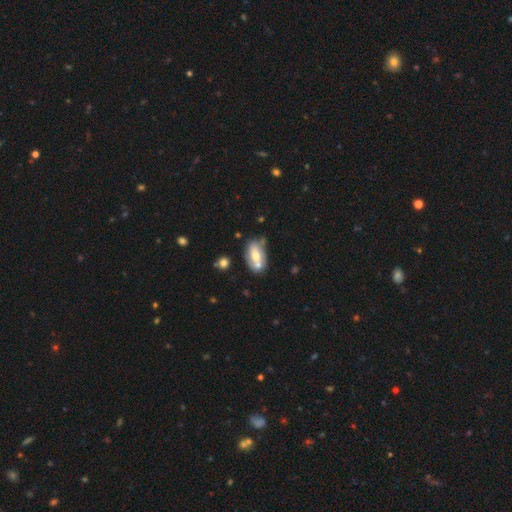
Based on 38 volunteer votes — Overall: smooth (58%; featured or disk 37%). How rounded: in between (64%; cigar-shaped 27%). Merging: merger (42%; none 36%).